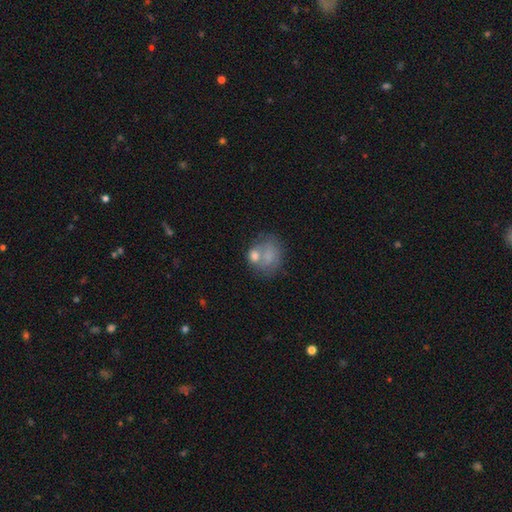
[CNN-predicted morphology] smooth_or_featured: smooth (p=0.63) [alt: featured or disk p=0.26]
how_rounded: round (p=0.56) [alt: in between p=0.43]
merging: none (p=0.37) [alt: merger p=0.35]